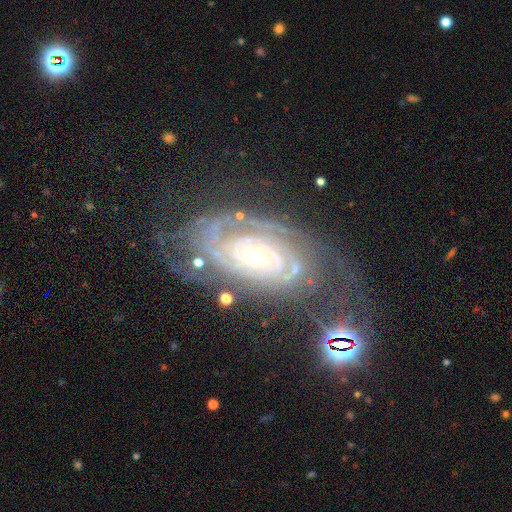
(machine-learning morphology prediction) The model was most divided on "spiral arm count": can't tell: 28%, 2: 27%, 3: 19%, 4: 12%, more than 4: 8%, 1: 6%. More confident: spiral arms — yes (97%); edge-on disk — no (95%); smooth or featured — featured or disk (88%); spiral winding — tight (80%); bar — no (72%); merging — none (64%); bulge size — small (64%).